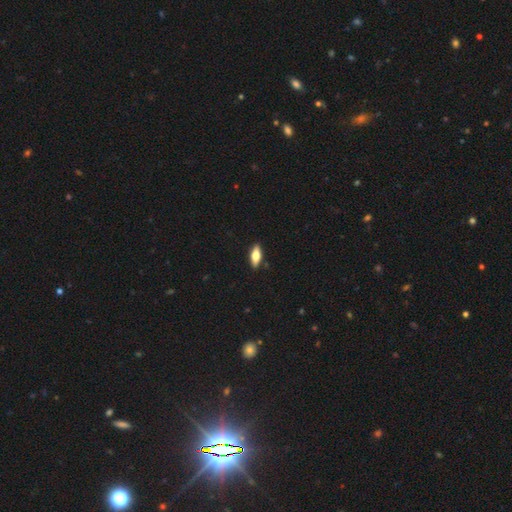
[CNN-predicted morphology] Q: Smooth or featured?
A: smooth (63%); runner-up: featured or disk (31%)
Q: How rounded?
A: in between (73%); runner-up: cigar-shaped (24%)
Q: Merging?
A: none (90%); runner-up: minor disturbance (8%)